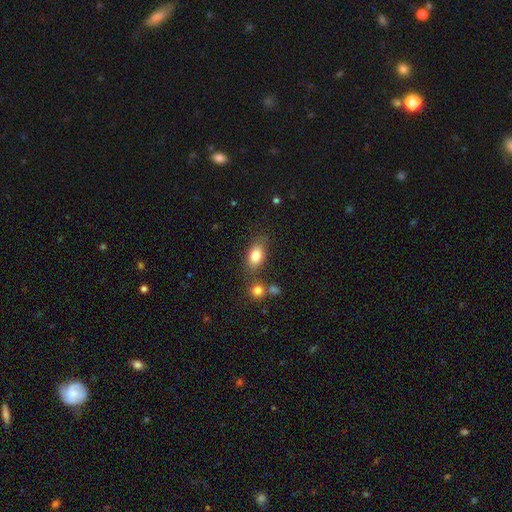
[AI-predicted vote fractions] smooth_or_featured: smooth (p=0.82) [alt: featured or disk p=0.09]
how_rounded: in between (p=0.85) [alt: round p=0.12]
merging: none (p=0.67) [alt: minor disturbance p=0.17]